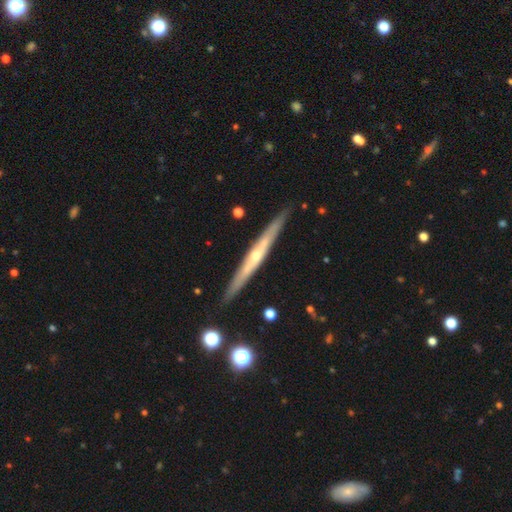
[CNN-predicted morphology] Q: Smooth or featured?
A: featured or disk (73%); runner-up: smooth (21%)
Q: Edge-on disk?
A: yes (96%); runner-up: no (4%)
Q: Edge-on bulge?
A: rounded (66%); runner-up: none (30%)
Q: Merging?
A: none (89%); runner-up: minor disturbance (8%)